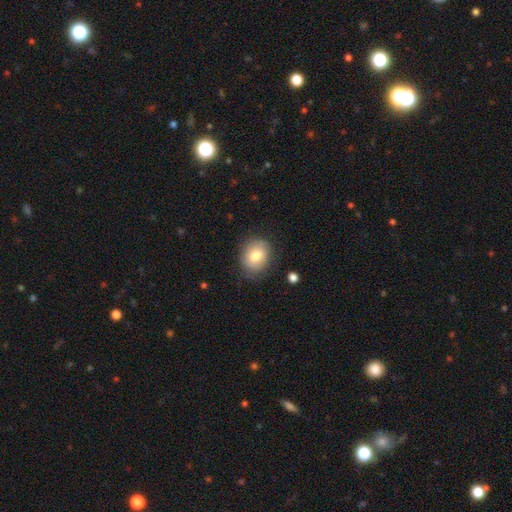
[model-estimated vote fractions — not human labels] A smooth galaxy with no disk features (78%) that is round (56%).

Vote fractions:
- Smooth or featured? smooth: 78% / featured or disk: 14% / star or artifact: 8%
- How rounded? round: 56% / in between: 43% / cigar-shaped: 1%
- Merging? none: 77% / minor disturbance: 17% / major disturbance: 5% / merger: 1%